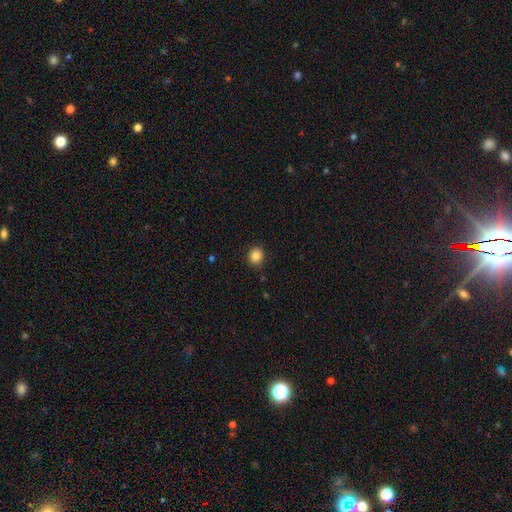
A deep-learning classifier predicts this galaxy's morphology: Q: Smooth or featured?
A: smooth (85%); runner-up: star or artifact (10%)
Q: How rounded?
A: round (80%); runner-up: in between (19%)
Q: Merging?
A: none (89%); runner-up: minor disturbance (7%)